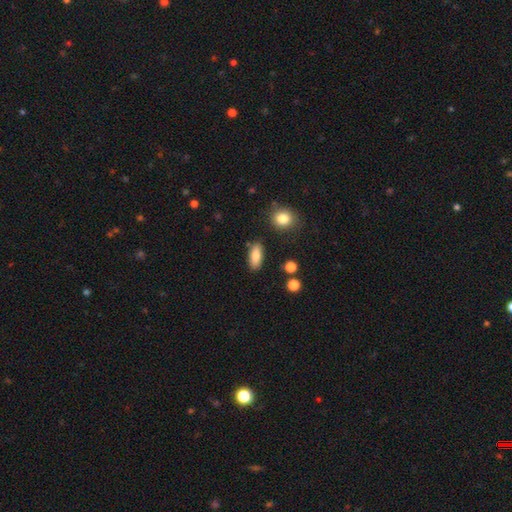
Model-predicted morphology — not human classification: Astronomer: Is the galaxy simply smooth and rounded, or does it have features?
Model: smooth — 82%.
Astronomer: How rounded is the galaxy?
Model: in between — 82%.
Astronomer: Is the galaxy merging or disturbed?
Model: none — 84%.